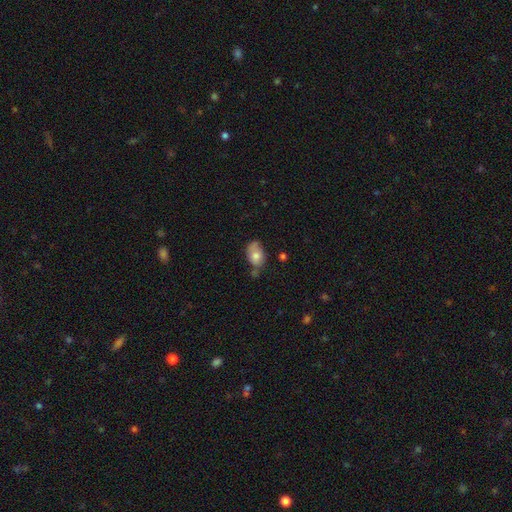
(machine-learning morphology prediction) This is likely a smooth galaxy (70%). How rounded: clearly in between (84%). Merging: marginally none (45%).